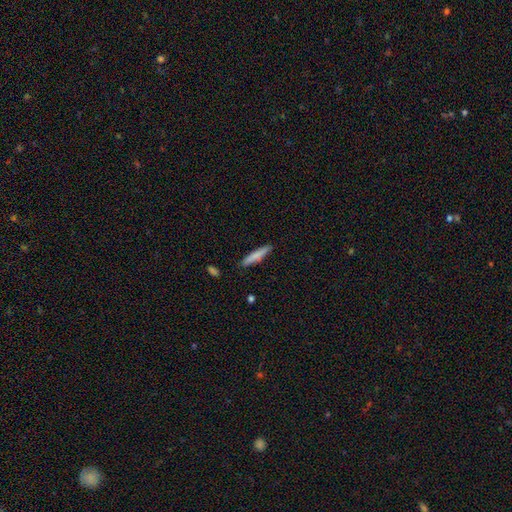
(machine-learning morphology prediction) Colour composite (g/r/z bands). It shows a smooth galaxy with no disk features (78%) that is cigar-shaped (90%). Merging: none (87%).